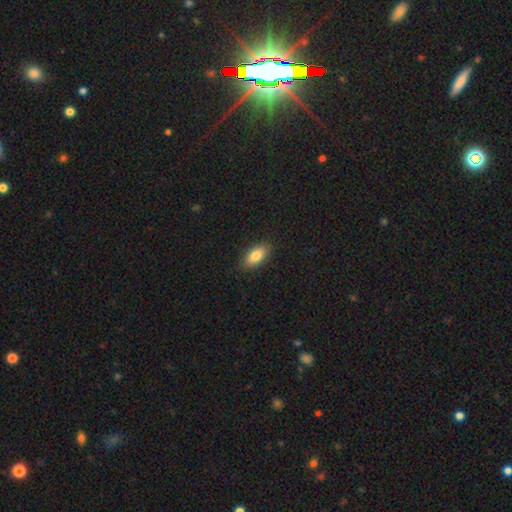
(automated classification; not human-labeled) A smooth galaxy with no disk features (82%) that is in between round and cigar-shaped (90%). Merging: none (87%).